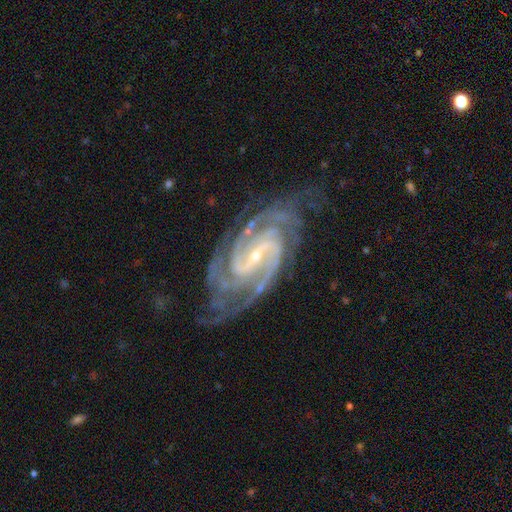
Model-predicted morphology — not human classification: Smooth or featured?
  - featured or disk: 93% *
  - star or artifact: 5%
  - smooth: 2%
Edge-on disk?
  - no: 97% *
  - yes: 3%
Bar?
  - strong: 41% *
  - weak: 40%
  - no: 19%
Spiral arms?
  - yes: 99% *
  - no: 1%
Spiral winding?
  - tight: 58% *
  - medium: 36%
  - loose: 5%
Spiral arm count?
  - 2: 38% *
  - 3: 20%
  - 4: 16%
  - can't tell: 11%
  - more than 4: 8%
  - 1: 7%
Bulge size?
  - small: 79% *
  - moderate: 17%
  - none: 2%
  - large: 1%
  - dominant: 1%
Merging?
  - none: 72% *
  - minor disturbance: 20%
  - major disturbance: 7%
  - merger: 2%